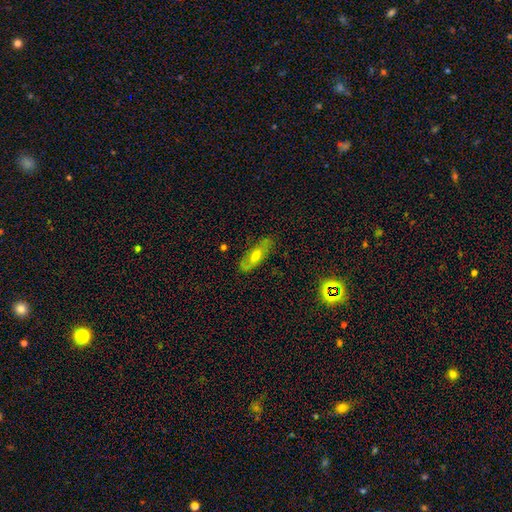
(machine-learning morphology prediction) This appears to be a featured or disk galaxy (47%). Merging: none (77%).